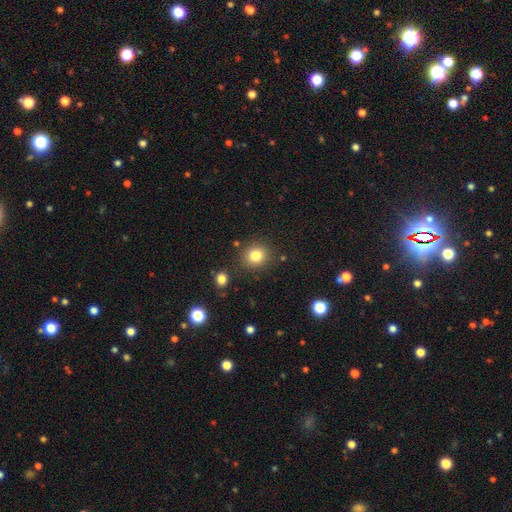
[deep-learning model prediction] Morphology: type=smooth (82%); roundness=round (82%); merging=none (85%).